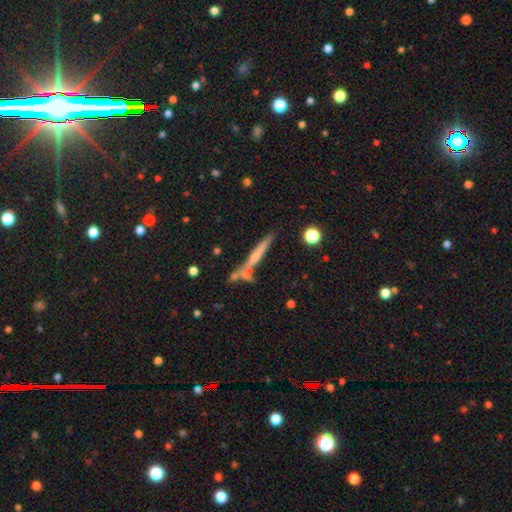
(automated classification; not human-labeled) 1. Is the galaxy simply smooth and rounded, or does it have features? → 57% featured or disk, 34% smooth, 9% star or artifact.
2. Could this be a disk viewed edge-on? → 93% yes, 7% no.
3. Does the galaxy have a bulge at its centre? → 50% rounded, 43% none, 6% boxy.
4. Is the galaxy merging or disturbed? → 68% none, 14% minor disturbance, 13% merger, 5% major disturbance.